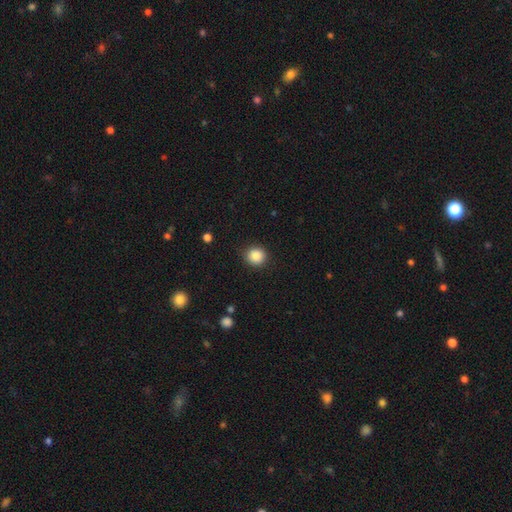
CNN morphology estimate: smooth-or-featured: smooth: 87% | star or artifact: 9% | featured or disk: 4%
  how-rounded: round: 89% | in between: 10% | cigar-shaped: 1%
  merging: none: 89% | minor disturbance: 7% | major disturbance: 2% | merger: 1%